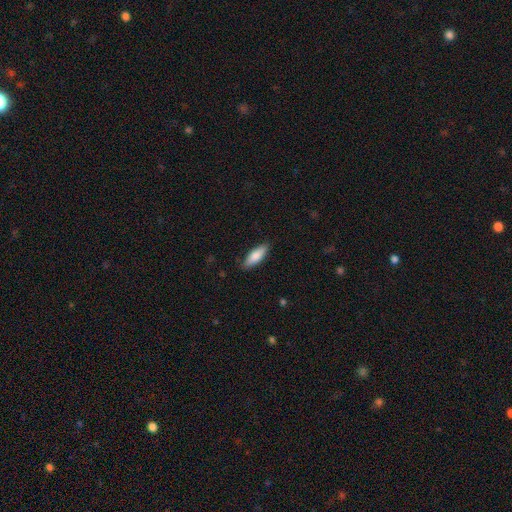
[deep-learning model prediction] Smooth or featured?
  - smooth: 81% *
  - featured or disk: 14%
  - star or artifact: 6%
How rounded?
  - in between: 59% *
  - cigar-shaped: 39%
  - round: 2%
Merging?
  - none: 84% *
  - minor disturbance: 12%
  - major disturbance: 2%
  - merger: 1%